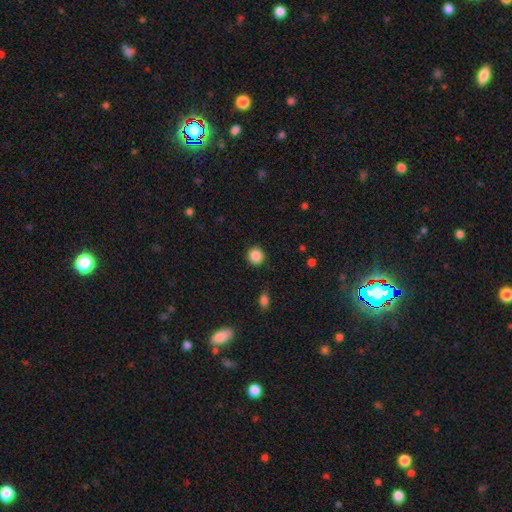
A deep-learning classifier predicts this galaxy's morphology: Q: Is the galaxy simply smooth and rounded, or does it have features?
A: smooth — 87%.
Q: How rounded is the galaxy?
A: round — 92%.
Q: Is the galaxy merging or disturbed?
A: none — 90%.